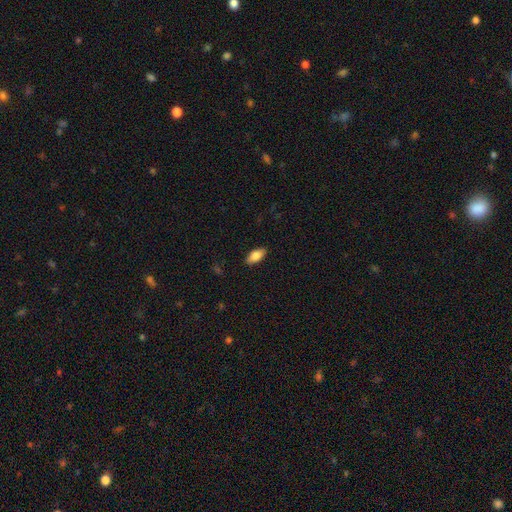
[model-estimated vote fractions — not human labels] Morphology: type=smooth (82%); roundness=in between (88%); merging=none (88%).